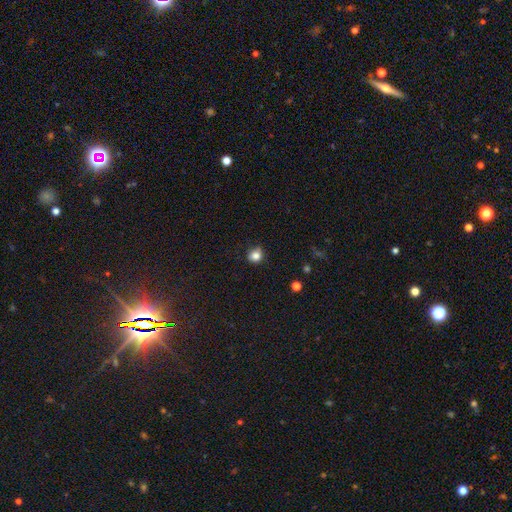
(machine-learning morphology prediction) A smooth galaxy with no disk features (83%) that is round (80%).

Vote fractions:
- Smooth or featured? smooth: 83% / star or artifact: 12% / featured or disk: 6%
- How rounded? round: 80% / in between: 19% / cigar-shaped: 1%
- Merging? none: 76% / minor disturbance: 19% / major disturbance: 4% / merger: 1%